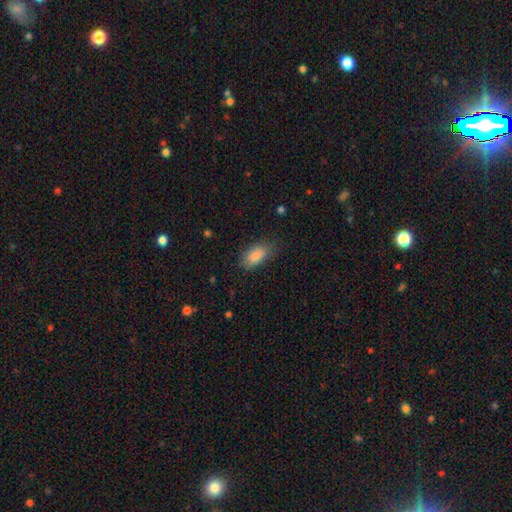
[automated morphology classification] The model was most divided on "merging": none: 68%, minor disturbance: 24%, major disturbance: 7%, merger: 1%. More confident: how rounded — in between (90%); smooth or featured — smooth (87%).